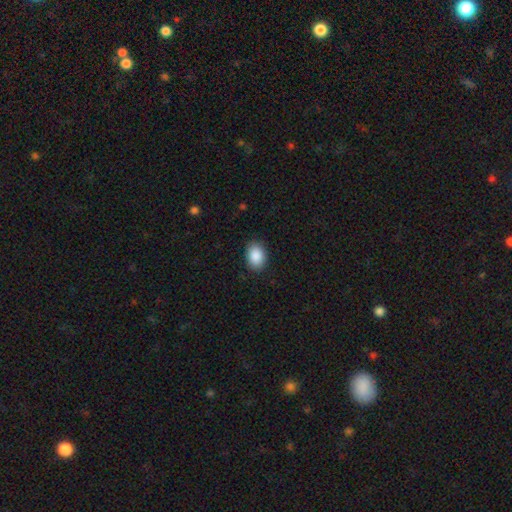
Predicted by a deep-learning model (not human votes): Overall: smooth (90%). How rounded: in between (80%). Merging: none (87%).